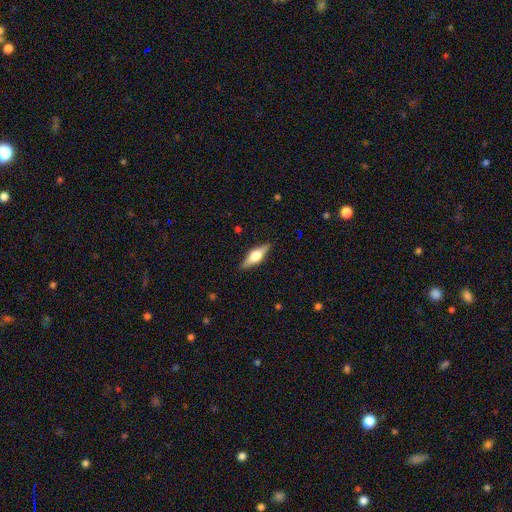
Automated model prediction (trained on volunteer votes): Smooth or featured: featured or disk — 64% (smooth — 30%)
Edge-on disk: yes — 95% (no — 5%)
Edge-on bulge: rounded — 93% (boxy — 6%)
Merging: none — 89% (minor disturbance — 8%)